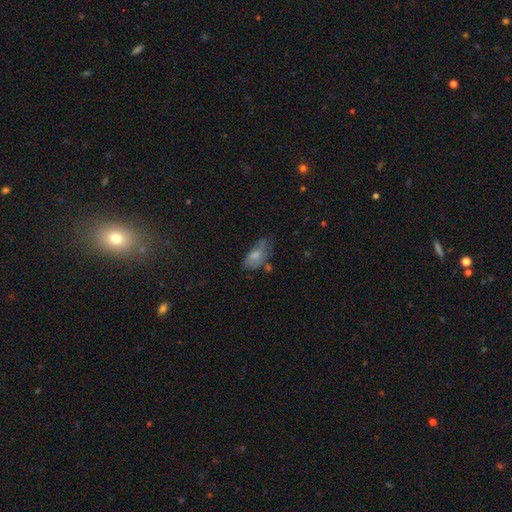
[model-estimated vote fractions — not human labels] Smooth or featured: smooth — 64% (featured or disk — 27%)
How rounded: in between — 89% (cigar-shaped — 6%)
Merging: none — 36% (minor disturbance — 34%)